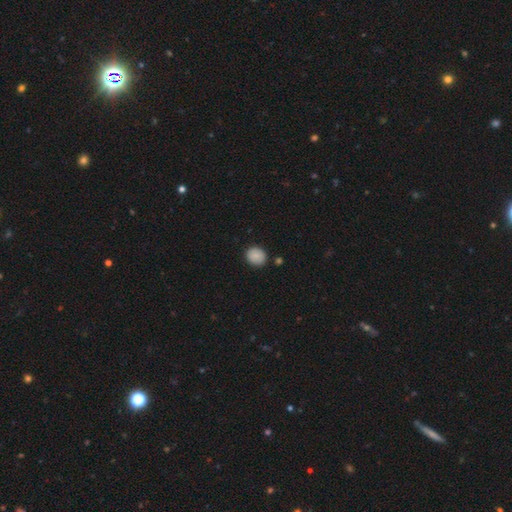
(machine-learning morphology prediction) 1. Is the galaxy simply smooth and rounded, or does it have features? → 88% smooth, 8% star or artifact, 4% featured or disk.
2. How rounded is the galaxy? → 72% round, 27% in between, 1% cigar-shaped.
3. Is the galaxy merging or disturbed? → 86% none, 10% minor disturbance, 2% merger, 2% major disturbance.